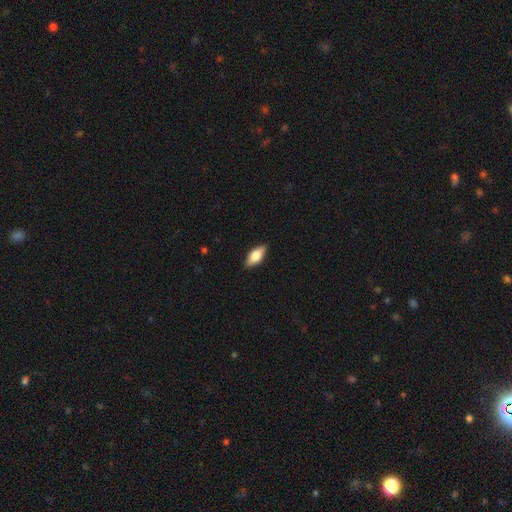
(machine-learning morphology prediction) type=smooth (67%); roundness=in between (80%); merging=none (88%).